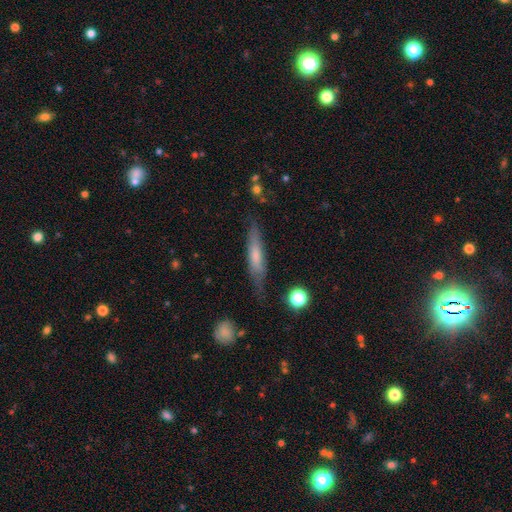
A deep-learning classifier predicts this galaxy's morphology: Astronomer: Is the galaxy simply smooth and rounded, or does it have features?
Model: smooth — 57% (runner-up: featured or disk, 36%).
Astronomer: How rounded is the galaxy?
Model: cigar-shaped — 82%.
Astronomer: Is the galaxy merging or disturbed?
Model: none — 67%.